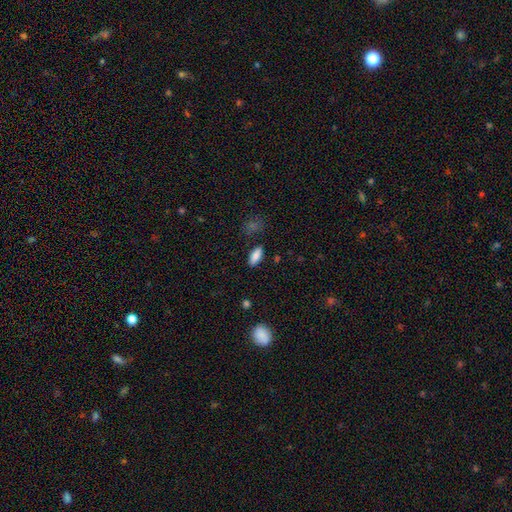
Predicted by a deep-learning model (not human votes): Smooth or featured? smooth (86%)
How rounded? in between (85%)
Merging? none (85%)